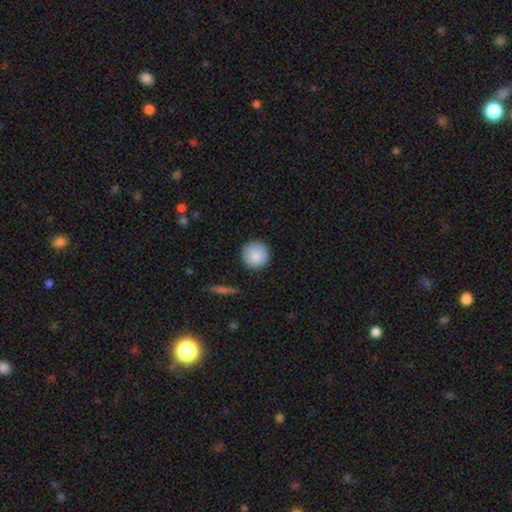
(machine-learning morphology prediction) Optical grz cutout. It shows a smooth galaxy with no disk features (88%) that is round (95%). Merging: none (90%).